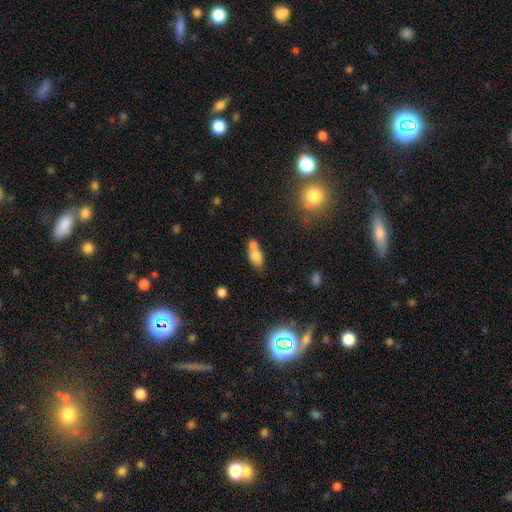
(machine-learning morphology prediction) Overall: smooth (75%). How rounded: in between (84%). Merging: merger (47%; none 37%).